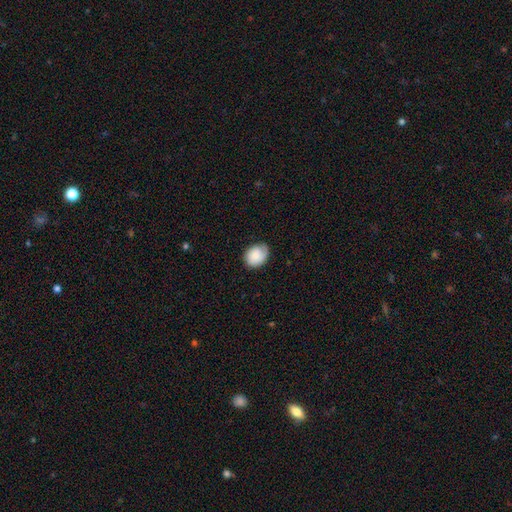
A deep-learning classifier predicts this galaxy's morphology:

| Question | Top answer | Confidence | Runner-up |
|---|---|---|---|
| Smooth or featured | smooth | 76% | featured or disk (16%) |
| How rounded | in between | 52% | round (47%) |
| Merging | none | 68% | minor disturbance (25%) |